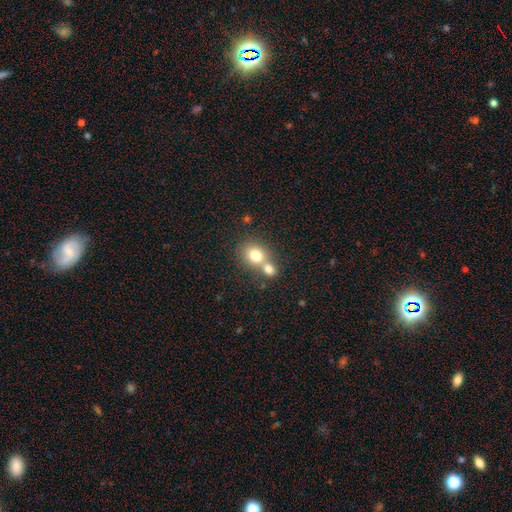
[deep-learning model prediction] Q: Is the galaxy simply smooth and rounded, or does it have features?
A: smooth — 76%.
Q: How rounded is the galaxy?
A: round — 67%.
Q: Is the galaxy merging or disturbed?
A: merger — 55%.